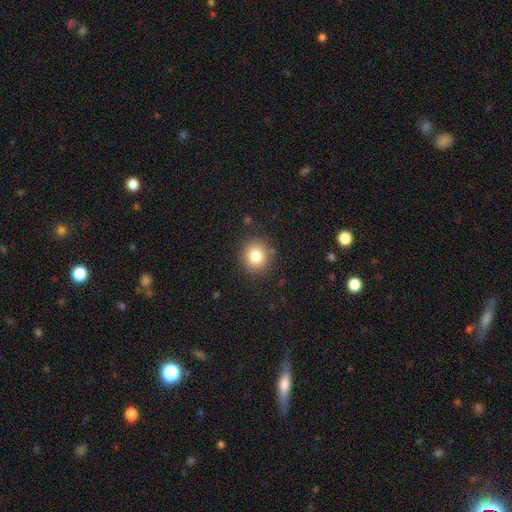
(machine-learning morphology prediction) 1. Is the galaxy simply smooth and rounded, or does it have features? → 81% smooth, 11% star or artifact, 8% featured or disk.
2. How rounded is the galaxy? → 82% round, 18% in between, 1% cigar-shaped.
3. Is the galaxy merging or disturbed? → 87% none, 9% minor disturbance, 3% major disturbance, 2% merger.